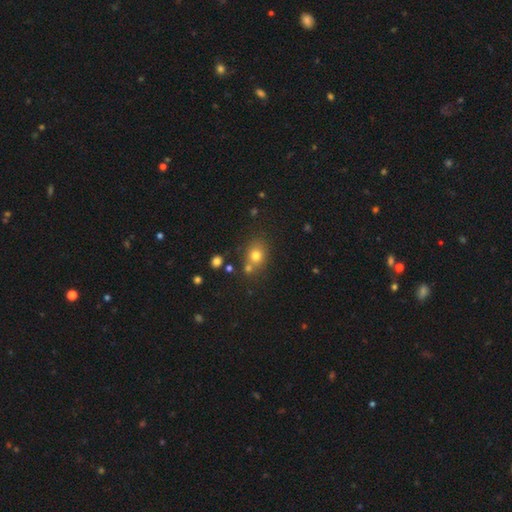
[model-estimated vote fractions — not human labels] A smooth galaxy with no disk features (75%) that is round (62%).

Vote fractions:
- Smooth or featured? smooth: 75% / star or artifact: 14% / featured or disk: 11%
- How rounded? round: 62% / in between: 37% / cigar-shaped: 1%
- Merging? none: 63% / merger: 21% / minor disturbance: 12% / major disturbance: 4%